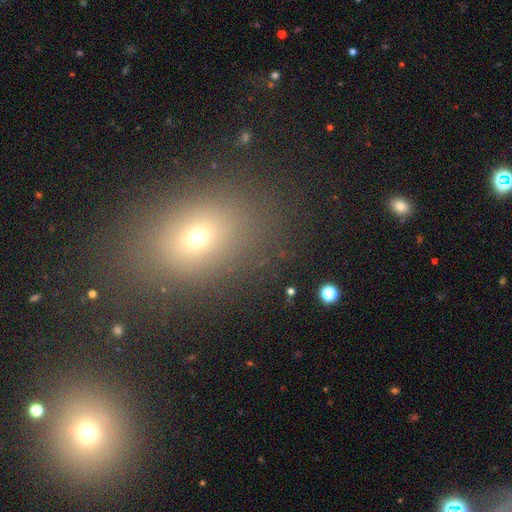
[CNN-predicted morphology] Smooth or featured? Predicted: smooth (p=0.59). How rounded? Predicted: in between (p=0.60). Merging? Predicted: none (p=0.82).